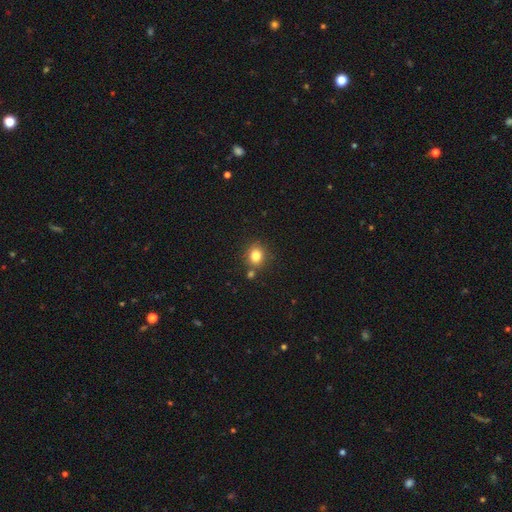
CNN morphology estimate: type=smooth (81%); roundness=round (77%); merging=none (75%).